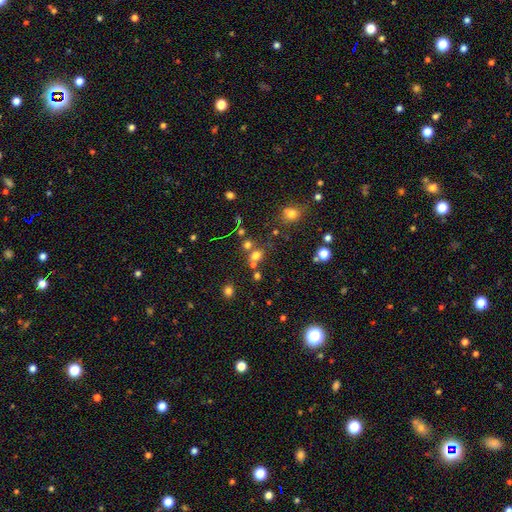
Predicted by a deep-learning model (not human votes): smooth-or-featured: smooth: 66% | star or artifact: 25% | featured or disk: 9%
  how-rounded: round: 72% | in between: 27% | cigar-shaped: 1%
  merging: none: 56% | merger: 29% | minor disturbance: 10% | major disturbance: 5%